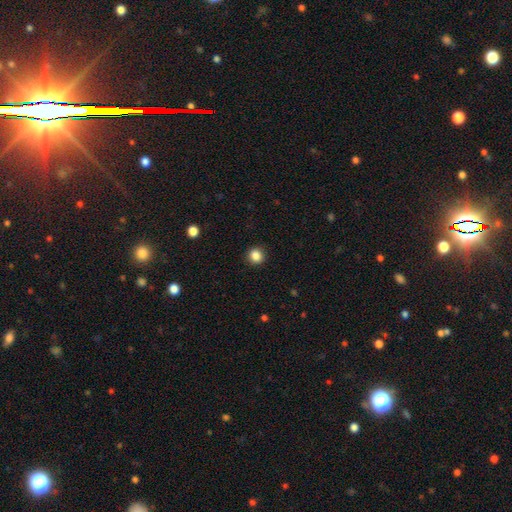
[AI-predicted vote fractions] smooth_or_featured: smooth (p=0.86) [alt: star or artifact p=0.11]
how_rounded: round (p=0.91) [alt: in between p=0.09]
merging: none (p=0.91) [alt: minor disturbance p=0.06]